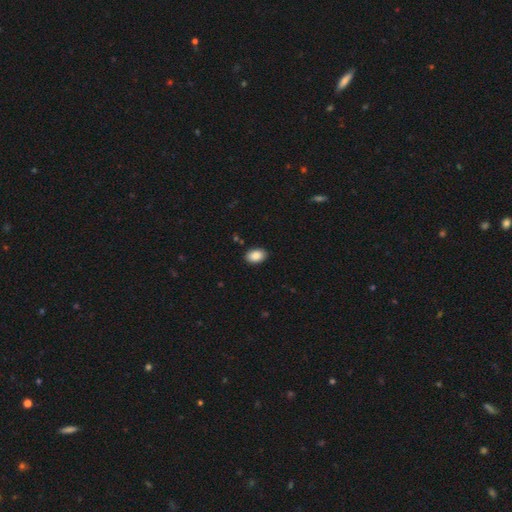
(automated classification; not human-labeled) Smooth or featured?
  - smooth: 88% *
  - star or artifact: 7%
  - featured or disk: 4%
How rounded?
  - in between: 86% *
  - round: 13%
  - cigar-shaped: 1%
Merging?
  - none: 89% *
  - minor disturbance: 8%
  - major disturbance: 2%
  - merger: 1%